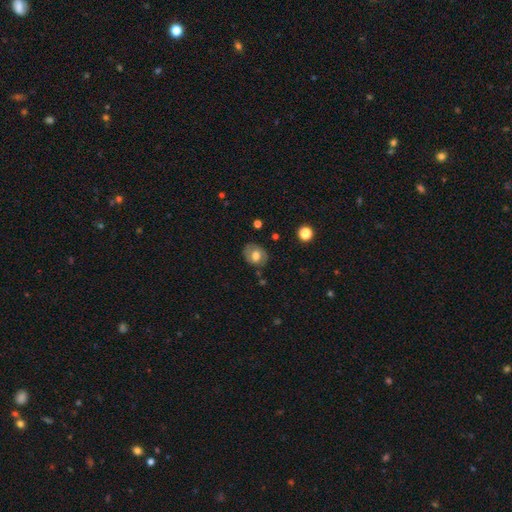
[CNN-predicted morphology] A smooth galaxy with no disk features (59%) that is round (57%). Merging: none (76%).